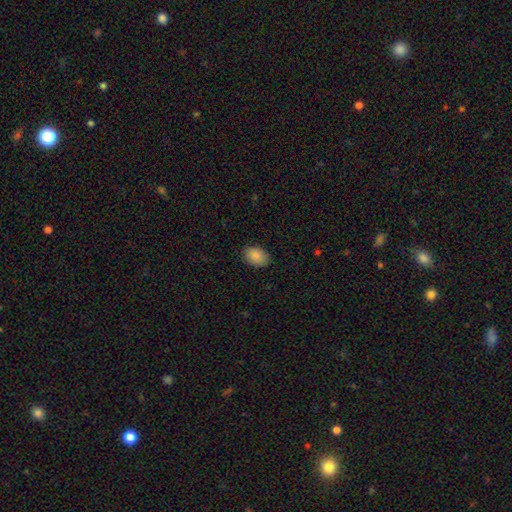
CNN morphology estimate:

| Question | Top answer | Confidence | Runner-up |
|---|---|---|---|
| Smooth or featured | smooth | 88% | star or artifact (7%) |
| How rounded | in between | 85% | round (14%) |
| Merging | none | 86% | minor disturbance (11%) |